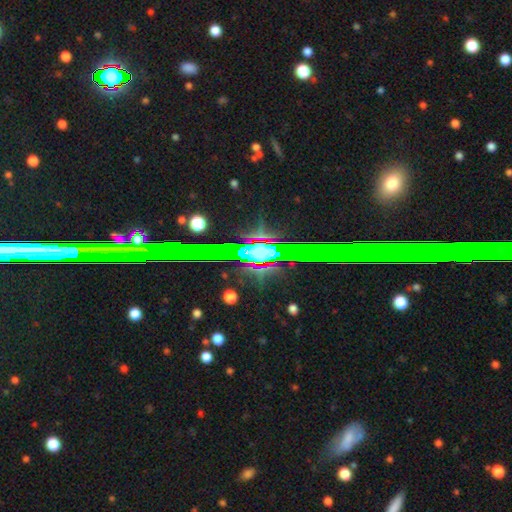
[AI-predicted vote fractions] Smooth or featured: star or artifact — 60% (featured or disk — 23%)